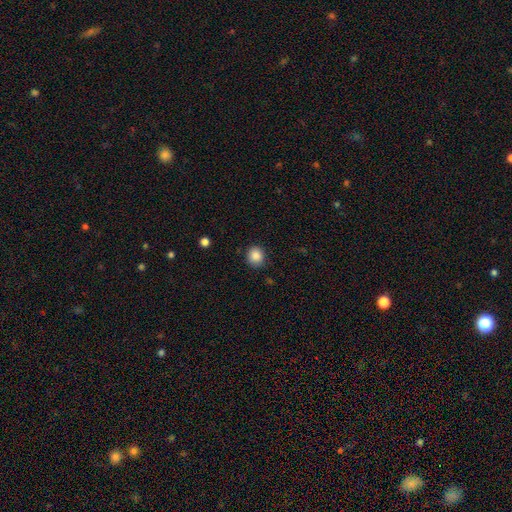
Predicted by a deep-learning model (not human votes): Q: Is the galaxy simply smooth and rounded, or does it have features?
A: smooth — 87%.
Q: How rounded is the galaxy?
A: round — 82%.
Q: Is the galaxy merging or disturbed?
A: none — 87%.